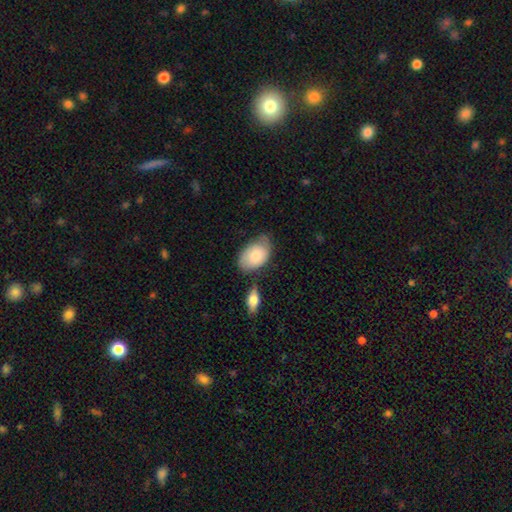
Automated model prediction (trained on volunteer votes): Overall: smooth (76%). How rounded: in between (91%). Merging: none (57%; minor disturbance 26%).